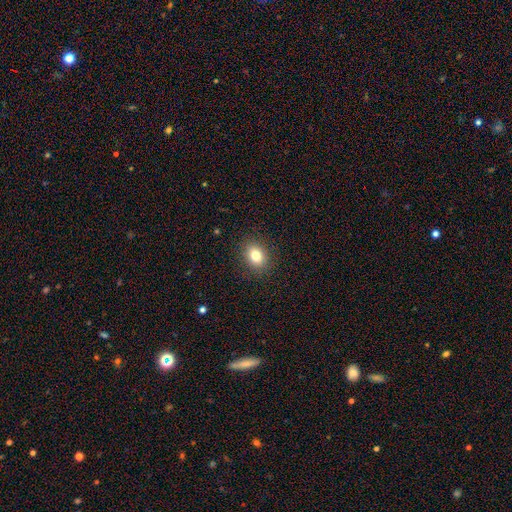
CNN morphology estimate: Smooth or featured: smooth — 81% (star or artifact — 11%)
How rounded: in between — 53% (round — 46%)
Merging: none — 89% (minor disturbance — 7%)